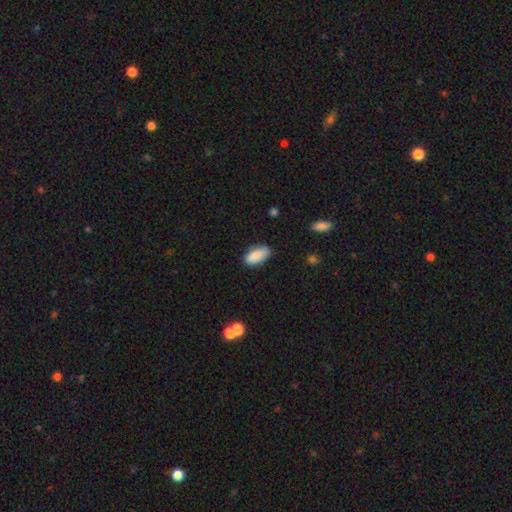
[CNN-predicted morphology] Smooth or featured? smooth (89%)
How rounded? in between (89%)
Merging? none (79%)